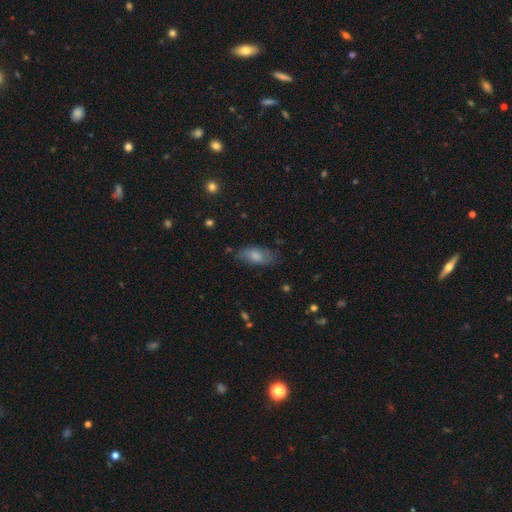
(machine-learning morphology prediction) type=smooth (74%); roundness=in between (87%); merging=none (73%).